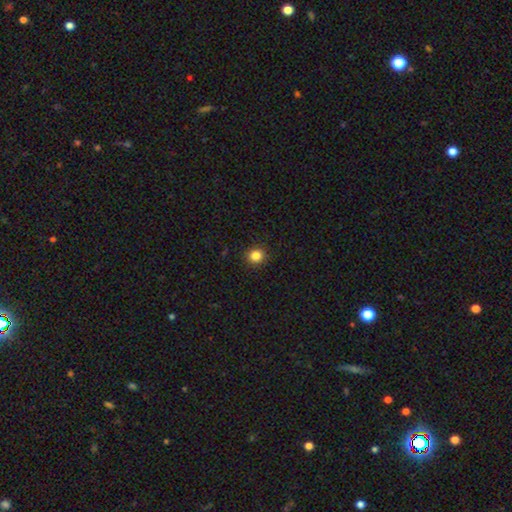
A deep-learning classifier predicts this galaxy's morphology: smooth-or-featured: smooth: 84% | star or artifact: 12% | featured or disk: 4%
  how-rounded: round: 87% | in between: 12% | cigar-shaped: 1%
  merging: none: 91% | minor disturbance: 6% | major disturbance: 2% | merger: 1%